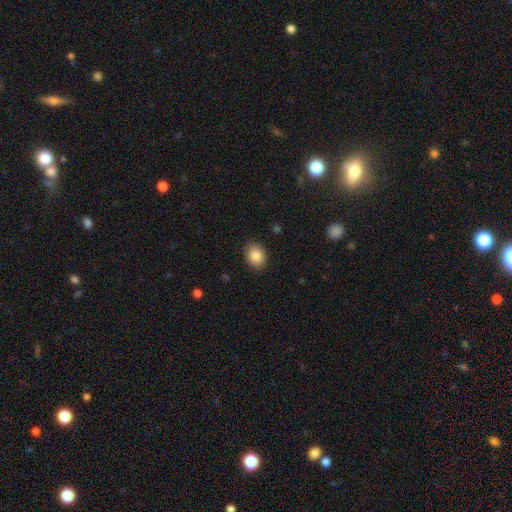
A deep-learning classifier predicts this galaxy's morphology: Q: Smooth or featured?
A: smooth (86%); runner-up: star or artifact (8%)
Q: How rounded?
A: in between (60%); runner-up: round (39%)
Q: Merging?
A: none (87%); runner-up: minor disturbance (10%)